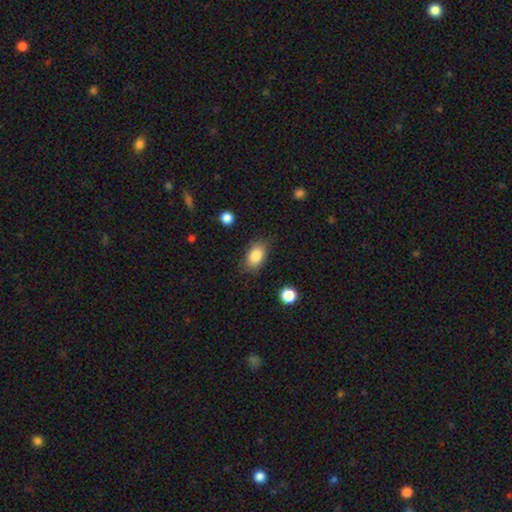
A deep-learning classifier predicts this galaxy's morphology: A smooth galaxy with no disk features (85%) that is in between round and cigar-shaped (86%). Merging: none (79%).